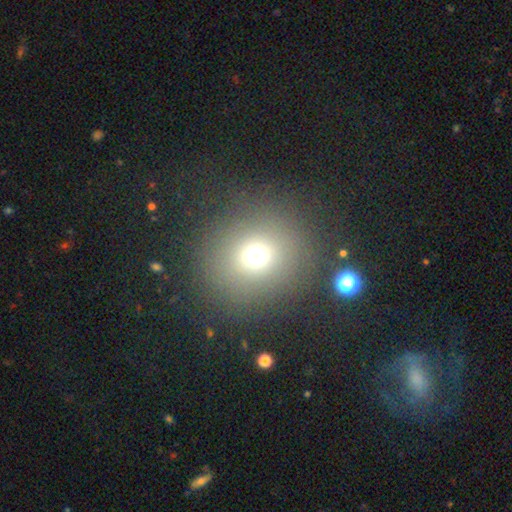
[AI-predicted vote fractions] Smooth or featured: smooth — 70% (star or artifact — 19%)
How rounded: round — 88% (in between — 11%)
Merging: none — 82% (minor disturbance — 9%)